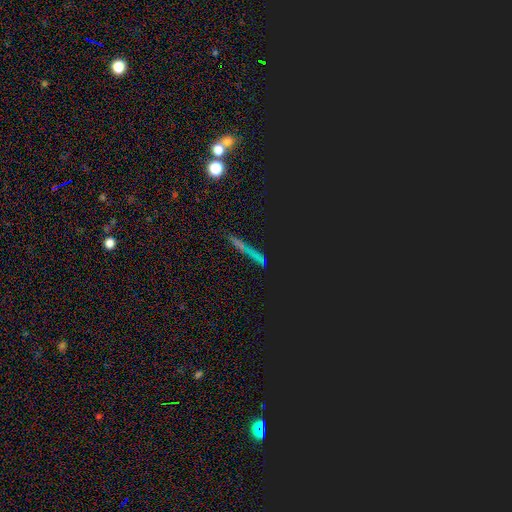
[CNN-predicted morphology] smooth-or-featured: star or artifact: 60% | smooth: 28% | featured or disk: 12%